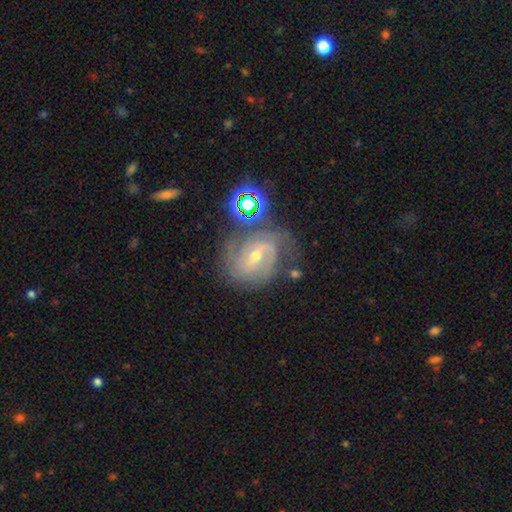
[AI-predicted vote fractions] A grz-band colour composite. It shows a featured or disk galaxy (86%) with a weak bar (50%), 2 (45%) tight (50%) spiral arms (96%) and a small central bulge (55%). Merging: none (60%).